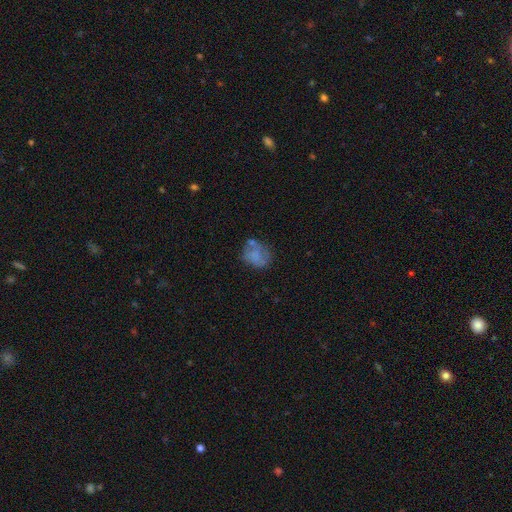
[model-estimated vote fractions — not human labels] The model was most divided on "how rounded": round: 54%, in between: 45%, cigar-shaped: 1%. Remaining: smooth or featured — smooth (51%); merging — none (46%).